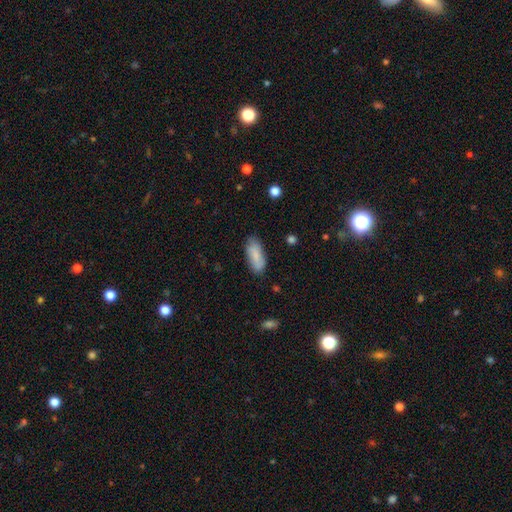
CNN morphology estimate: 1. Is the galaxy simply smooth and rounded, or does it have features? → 82% smooth, 12% featured or disk, 6% star or artifact.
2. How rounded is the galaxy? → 80% in between, 18% cigar-shaped, 2% round.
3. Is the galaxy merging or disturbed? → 78% none, 16% minor disturbance, 3% major disturbance, 2% merger.